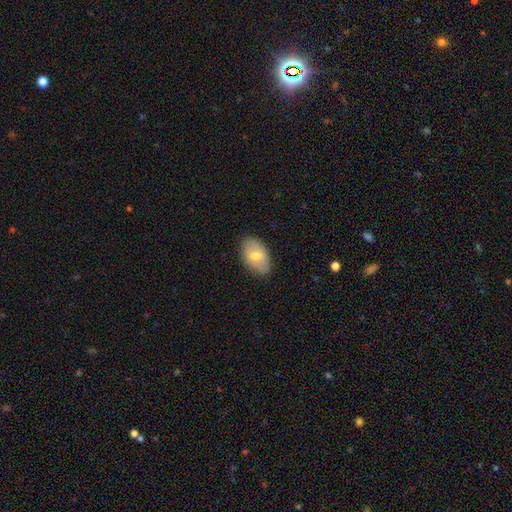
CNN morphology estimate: Smooth or featured?
  - smooth: 65% *
  - featured or disk: 28%
  - star or artifact: 7%
How rounded?
  - in between: 91% *
  - round: 7%
  - cigar-shaped: 1%
Merging?
  - none: 85% *
  - minor disturbance: 12%
  - major disturbance: 2%
  - merger: 1%